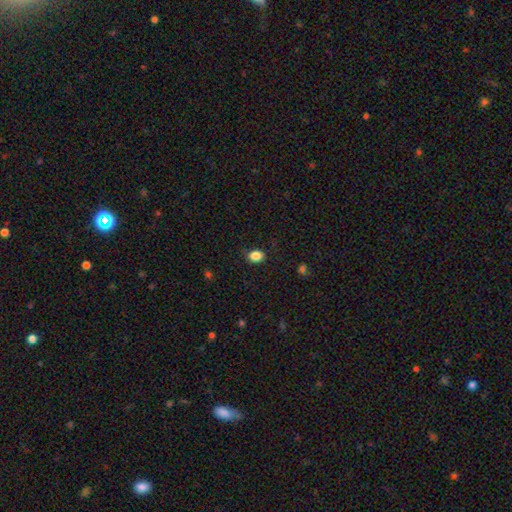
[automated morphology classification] This is clearly a smooth galaxy (86%). How rounded: likely in between (66%). Merging: clearly none (85%).